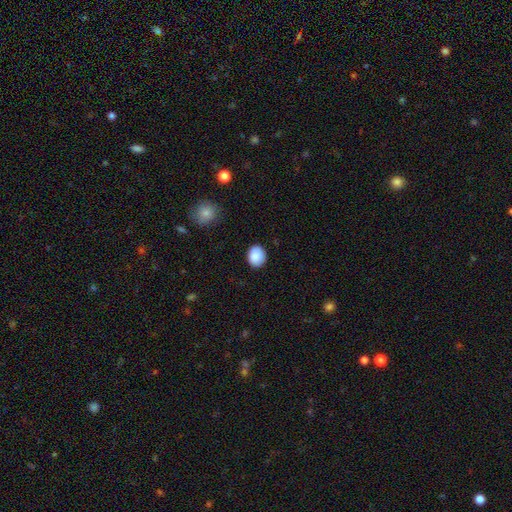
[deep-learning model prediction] A smooth galaxy with no disk features (89%) that is round (63%). Merging: none (87%).